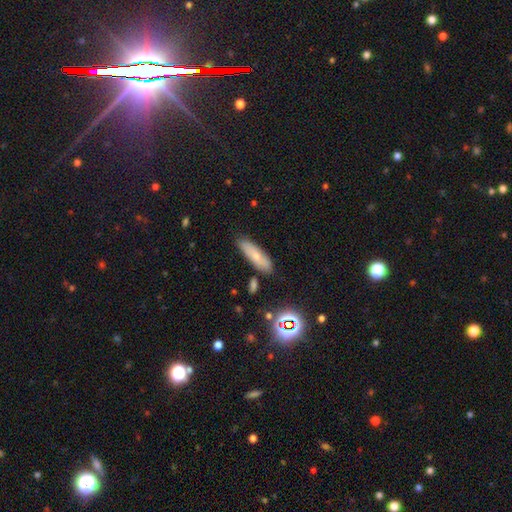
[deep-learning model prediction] Q: Smooth or featured?
A: smooth (65%); runner-up: featured or disk (24%)
Q: How rounded?
A: cigar-shaped (55%); runner-up: in between (42%)
Q: Merging?
A: none (81%); runner-up: minor disturbance (13%)